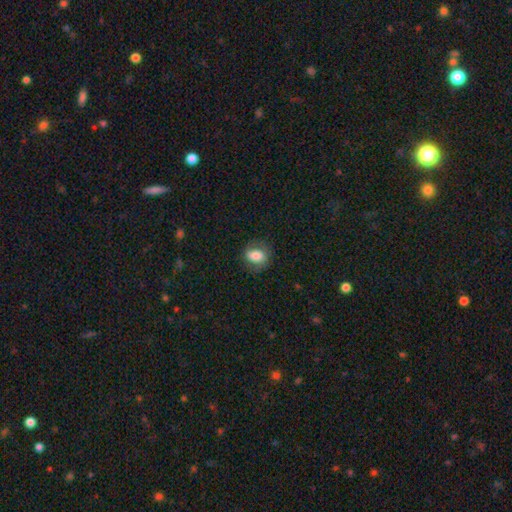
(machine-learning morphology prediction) type=smooth (72%); roundness=in between (68%); merging=none (73%).